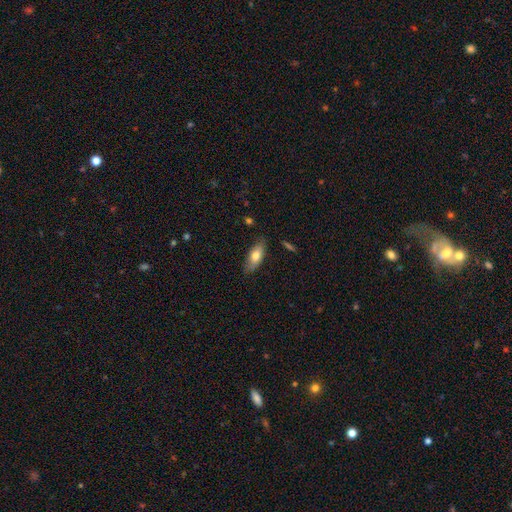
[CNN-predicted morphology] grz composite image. It shows a smooth galaxy with no disk features (72%) that is in between round and cigar-shaped (77%). Merging: none (82%).